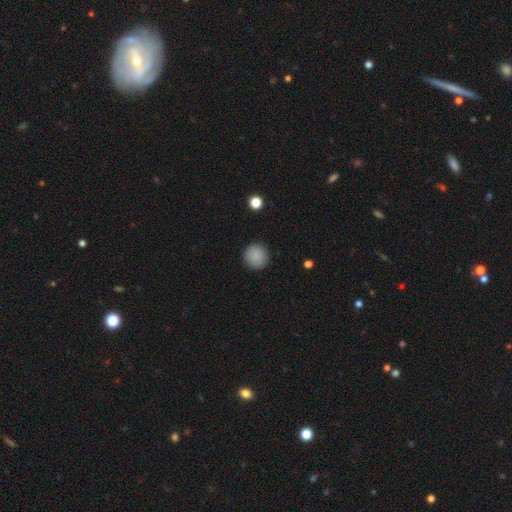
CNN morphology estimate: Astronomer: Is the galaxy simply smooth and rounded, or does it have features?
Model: smooth — 88%.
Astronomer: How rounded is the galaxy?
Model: round — 95%.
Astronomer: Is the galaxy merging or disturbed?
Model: none — 91%.